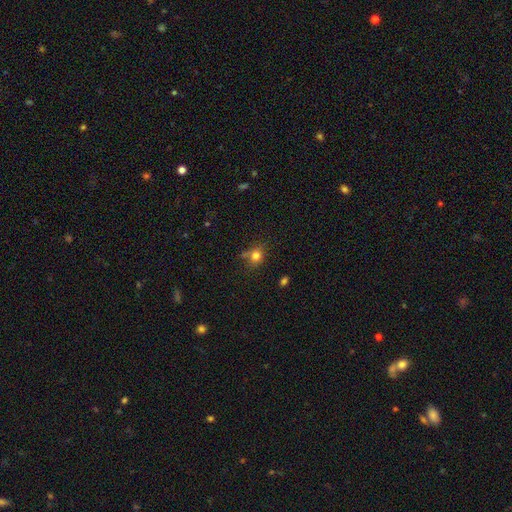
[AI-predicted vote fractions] This appears to be a smooth galaxy with no disk features (76%) that is round (72%). Merging: none (65%).